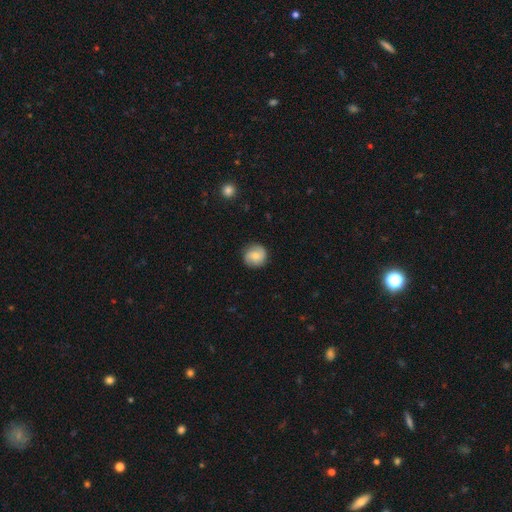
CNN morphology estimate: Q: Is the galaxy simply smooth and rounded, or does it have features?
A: smooth — 69%.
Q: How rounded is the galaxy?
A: round — 91%.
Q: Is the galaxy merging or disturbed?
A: none — 86%.